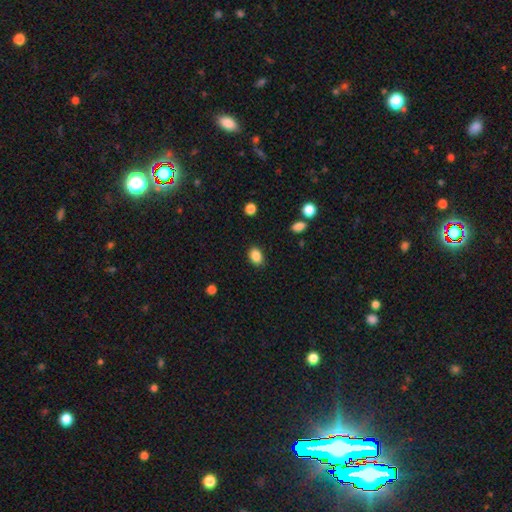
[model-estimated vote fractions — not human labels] smooth-or-featured: smooth: 87% | star or artifact: 9% | featured or disk: 4%
  how-rounded: in between: 76% | round: 23% | cigar-shaped: 1%
  merging: none: 85% | minor disturbance: 11% | major disturbance: 3% | merger: 1%